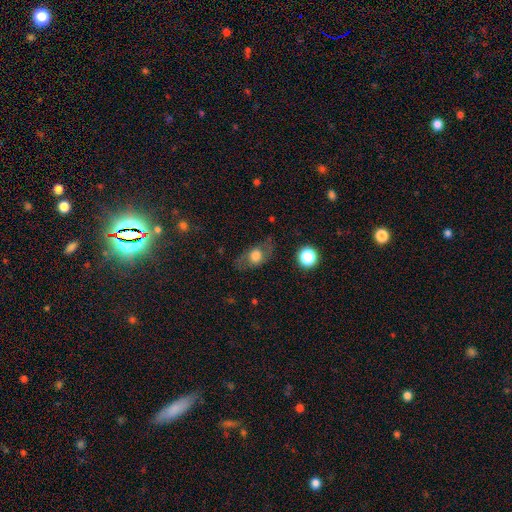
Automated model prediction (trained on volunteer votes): This is possibly a smooth galaxy (55%). How rounded: likely in between (65%). Merging: likely none (72%).